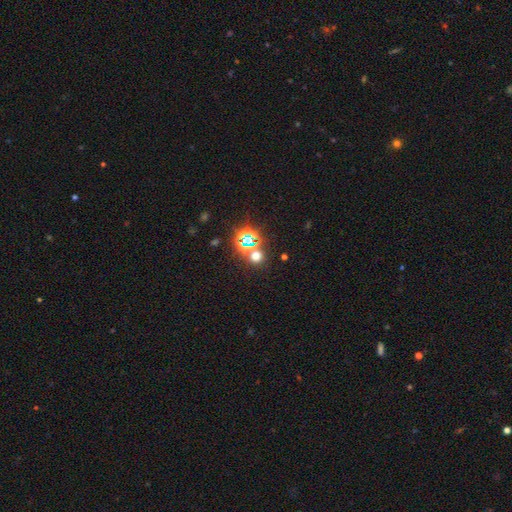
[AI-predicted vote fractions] Smooth or featured?
  - smooth: 48% *
  - star or artifact: 45%
  - featured or disk: 7%
Merging?
  - none: 75% *
  - merger: 13%
  - minor disturbance: 8%
  - major disturbance: 4%